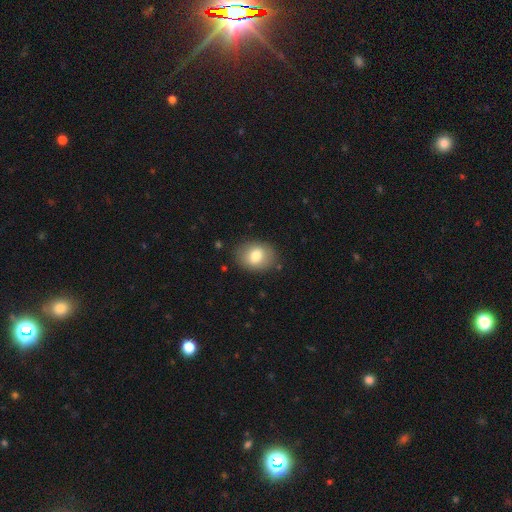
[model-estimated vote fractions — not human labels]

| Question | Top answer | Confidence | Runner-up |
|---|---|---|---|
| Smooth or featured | smooth | 78% | featured or disk (14%) |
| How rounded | in between | 57% | round (42%) |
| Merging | none | 84% | minor disturbance (12%) |